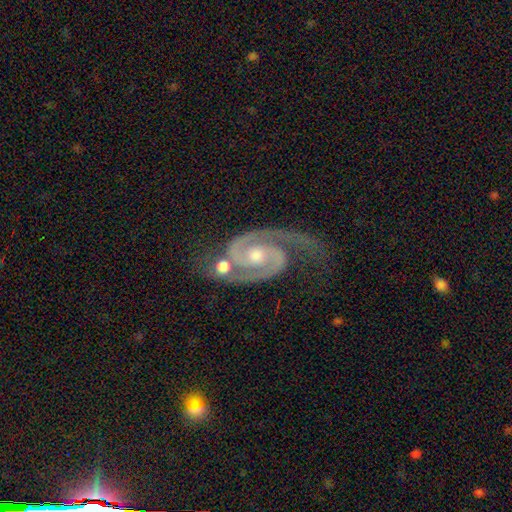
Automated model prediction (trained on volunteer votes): Smooth or featured?
  - featured or disk: 94% *
  - star or artifact: 4%
  - smooth: 2%
Edge-on disk?
  - no: 98% *
  - yes: 2%
Bar?
  - no: 55% *
  - weak: 32%
  - strong: 13%
Spiral arms?
  - yes: 99% *
  - no: 1%
Spiral winding?
  - medium: 50% *
  - tight: 42%
  - loose: 8%
Spiral arm count?
  - 2: 94% *
  - 3: 2%
  - 1: 2%
  - can't tell: 1%
  - 4: 1%
  - more than 4: 1%
Bulge size?
  - moderate: 60% *
  - small: 34%
  - large: 3%
  - none: 2%
  - dominant: 1%
Merging?
  - none: 62% *
  - minor disturbance: 20%
  - major disturbance: 9%
  - merger: 9%